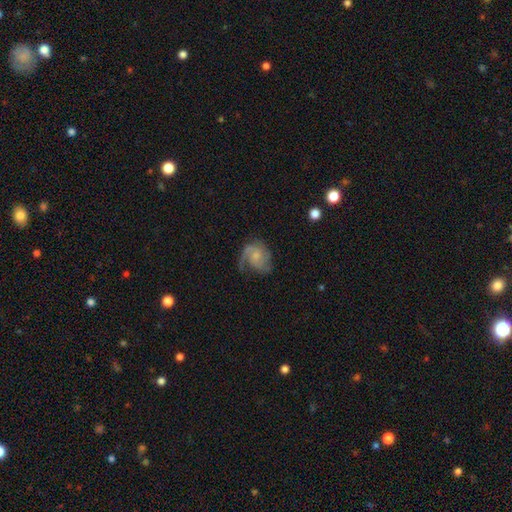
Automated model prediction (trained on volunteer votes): Q: Smooth or featured?
A: featured or disk (76%); runner-up: smooth (17%)
Q: Edge-on disk?
A: no (98%); runner-up: yes (2%)
Q: Bar?
A: no (71%); runner-up: weak (26%)
Q: Spiral arms?
A: yes (94%); runner-up: no (6%)
Q: Spiral winding?
A: medium (46%); runner-up: tight (30%)
Q: Spiral arm count?
A: 2 (44%); runner-up: 1 (21%)
Q: Bulge size?
A: small (55%); runner-up: moderate (29%)
Q: Merging?
A: none (55%); runner-up: minor disturbance (23%)